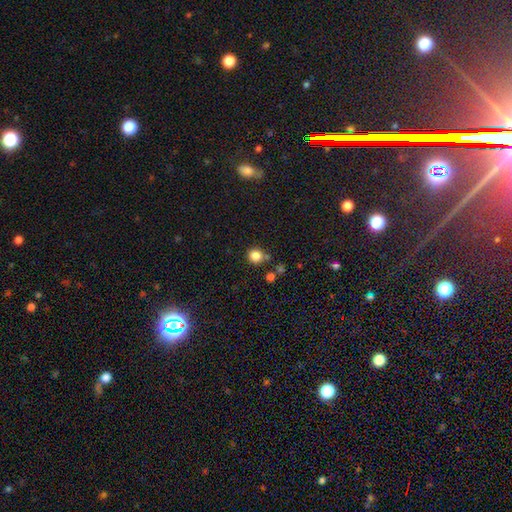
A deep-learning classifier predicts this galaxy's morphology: Smooth or featured? smooth (83%)
How rounded? round (91%)
Merging? none (76%)